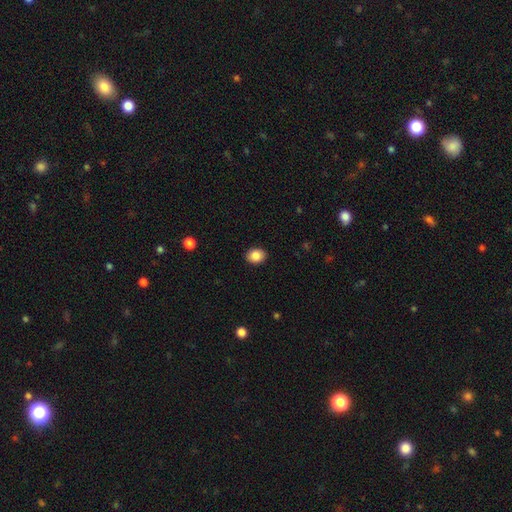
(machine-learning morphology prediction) Smooth or featured? Predicted: smooth (p=0.87). How rounded? Predicted: in between (p=0.51). Merging? Predicted: none (p=0.90).